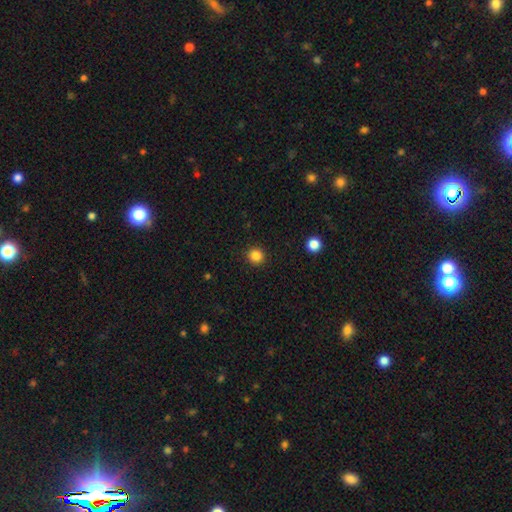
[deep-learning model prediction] Smooth or featured? Predicted: smooth (p=0.85). How rounded? Predicted: round (p=0.92). Merging? Predicted: none (p=0.92).